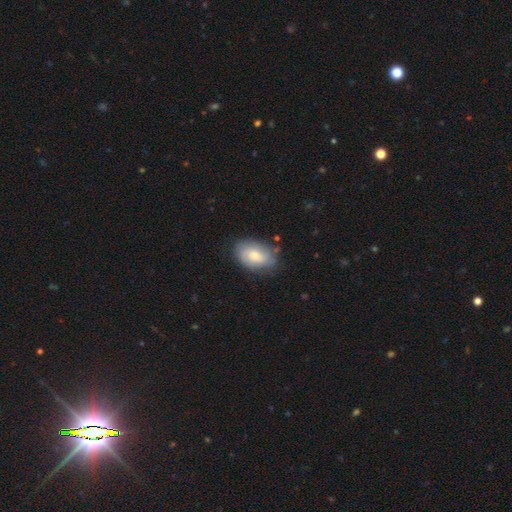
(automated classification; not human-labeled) Q: Smooth or featured?
A: smooth (70%); runner-up: featured or disk (23%)
Q: How rounded?
A: in between (89%); runner-up: round (10%)
Q: Merging?
A: none (70%); runner-up: minor disturbance (22%)